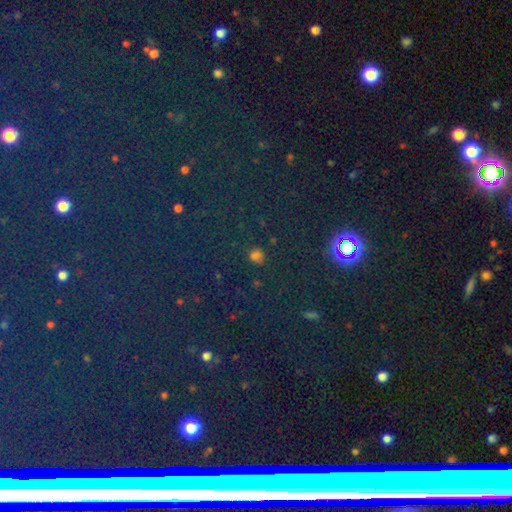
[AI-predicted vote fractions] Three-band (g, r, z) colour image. It shows a smooth galaxy with no disk features (51%) that is round (67%). Merging: none (78%).